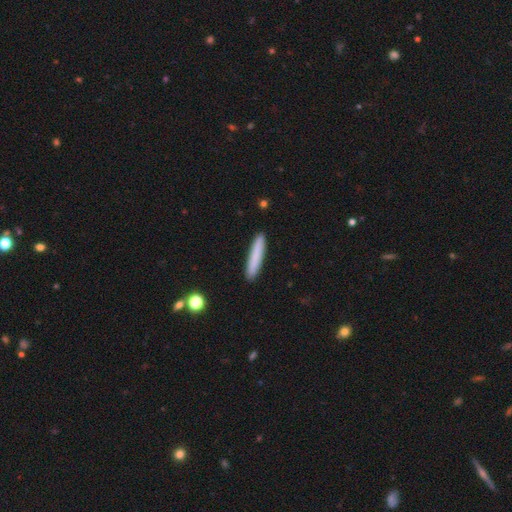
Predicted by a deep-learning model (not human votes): The model was most divided on "smooth or featured": smooth: 81%, featured or disk: 13%, star or artifact: 7%. More confident: how rounded — cigar-shaped (93%); merging — none (91%).